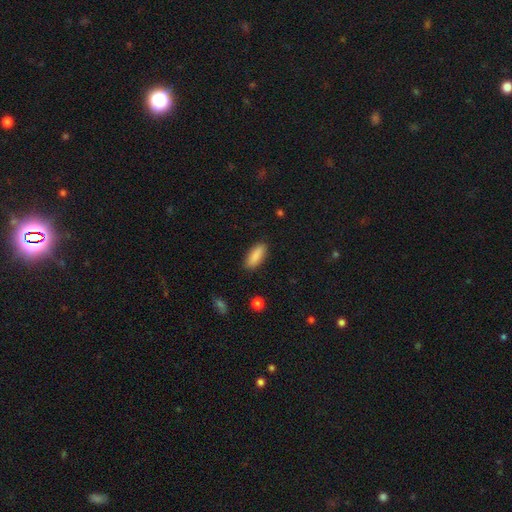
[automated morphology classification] Q: Smooth or featured?
A: smooth (88%); runner-up: star or artifact (7%)
Q: How rounded?
A: in between (69%); runner-up: cigar-shaped (29%)
Q: Merging?
A: none (88%); runner-up: minor disturbance (9%)